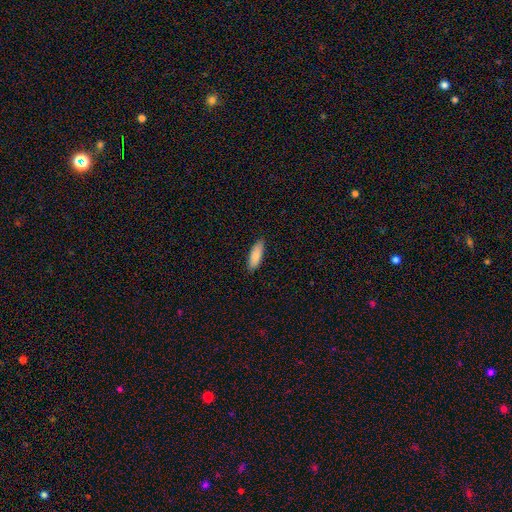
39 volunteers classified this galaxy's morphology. Smooth or featured: smooth — 87% (featured or disk — 13%)
How rounded: in between — 50% (tied with cigar-shaped — 50%)
Merging: none — 79% (minor disturbance — 21%)